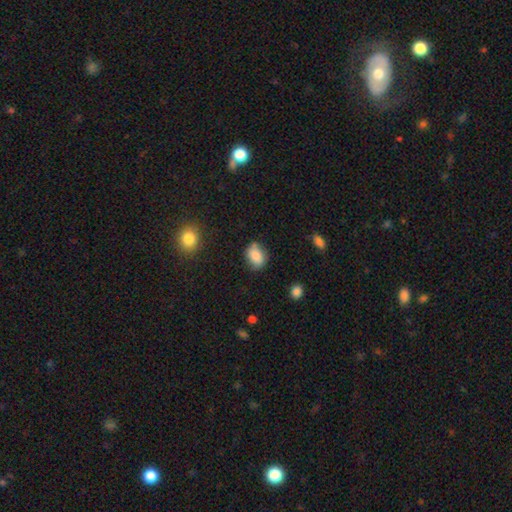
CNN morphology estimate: Smooth or featured? Predicted: smooth (p=0.83). How rounded? Predicted: in between (p=0.71). Merging? Predicted: none (p=0.67).